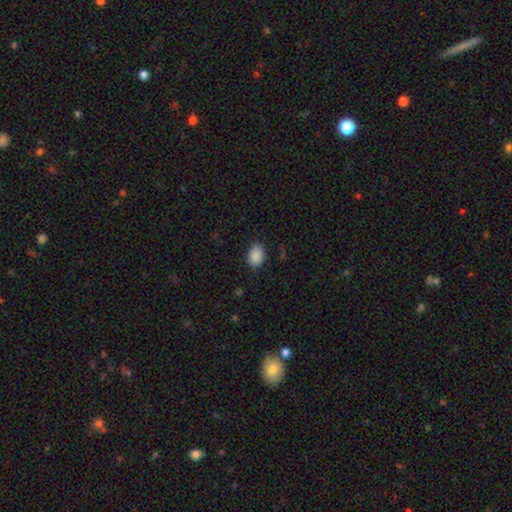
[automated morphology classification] This appears to be a smooth galaxy with no disk features (89%) that is in between round and cigar-shaped (83%). Merging: none (82%).